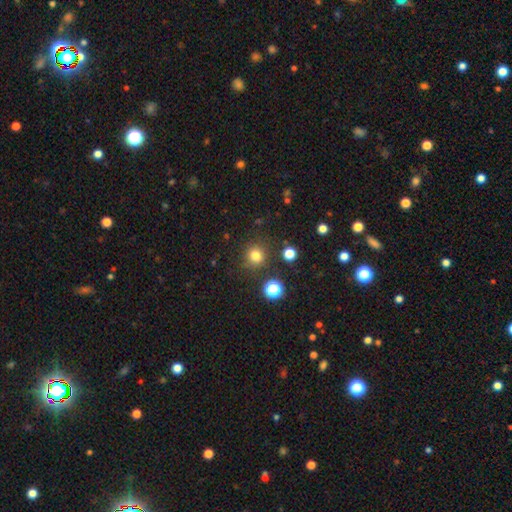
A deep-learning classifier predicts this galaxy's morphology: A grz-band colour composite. It shows a smooth galaxy with no disk features (78%) that is round (90%). Merging: none (84%).